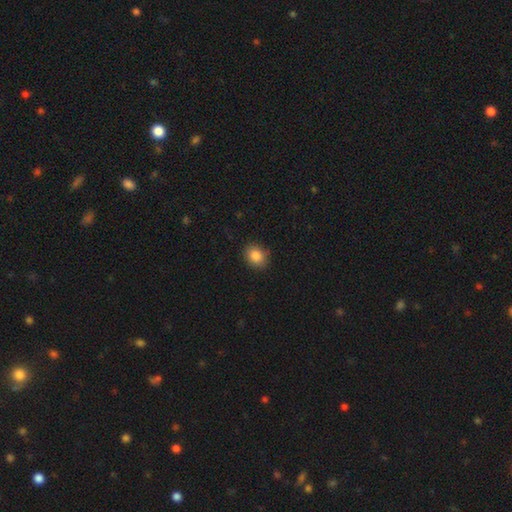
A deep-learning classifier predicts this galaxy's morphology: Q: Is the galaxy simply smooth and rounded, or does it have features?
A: smooth — 86%.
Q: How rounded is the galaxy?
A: round — 56%.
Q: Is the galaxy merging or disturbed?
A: none — 86%.